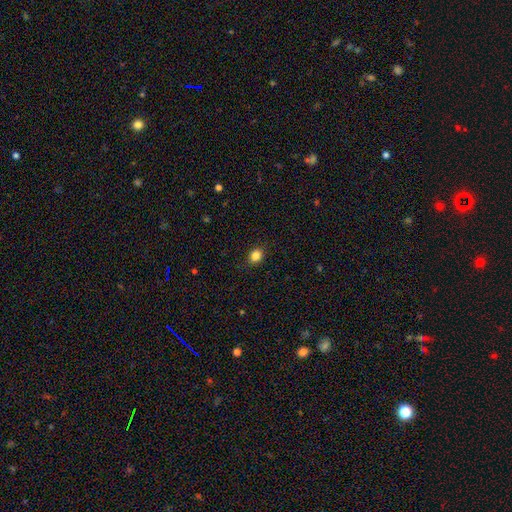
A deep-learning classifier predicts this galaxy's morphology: smooth 84%, star or artifact 11%, featured or disk 5%. Down the decision tree: how rounded — round (64%); merging — none (89%).